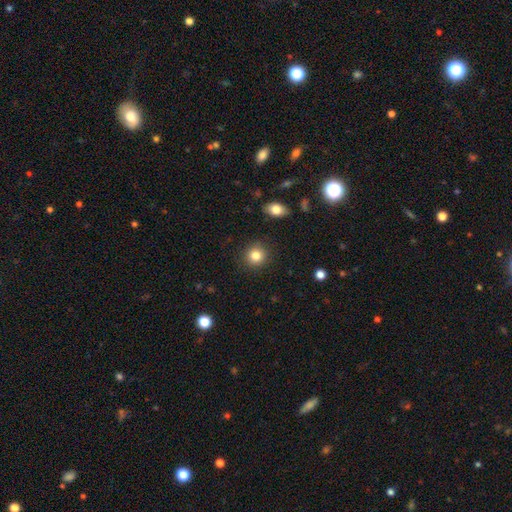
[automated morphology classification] A smooth galaxy with no disk features (83%) that is round (89%).

Vote fractions:
- Smooth or featured? smooth: 83% / star or artifact: 10% / featured or disk: 6%
- How rounded? round: 89% / in between: 10% / cigar-shaped: 1%
- Merging? none: 90% / minor disturbance: 6% / major disturbance: 2% / merger: 1%